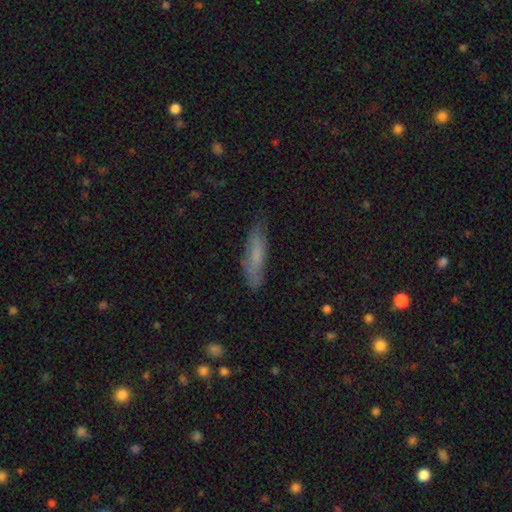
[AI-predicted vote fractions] smooth_or_featured: smooth (p=0.66) [alt: featured or disk p=0.27]
how_rounded: cigar-shaped (p=0.74) [alt: in between p=0.25]
merging: none (p=0.77) [alt: minor disturbance p=0.18]